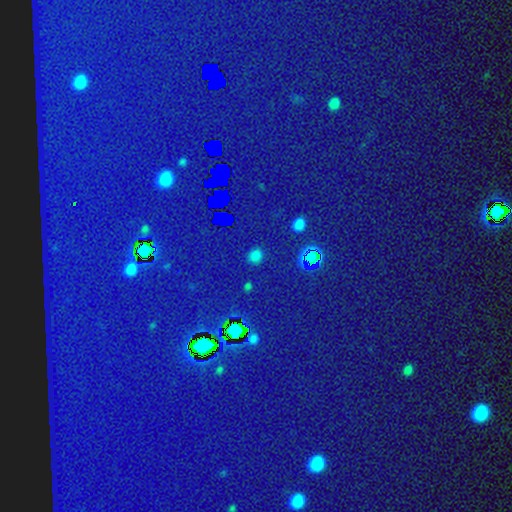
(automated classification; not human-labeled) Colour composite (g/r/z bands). It shows a star or artifact, not a galaxy (82%).